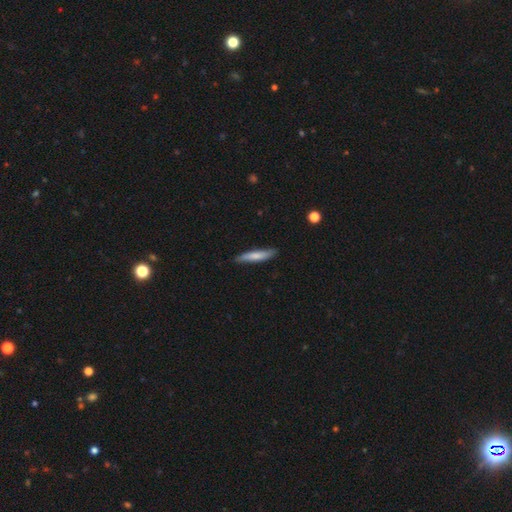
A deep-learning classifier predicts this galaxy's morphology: Q: Smooth or featured?
A: smooth (71%); runner-up: featured or disk (24%)
Q: How rounded?
A: cigar-shaped (88%); runner-up: in between (11%)
Q: Merging?
A: none (80%); runner-up: minor disturbance (16%)